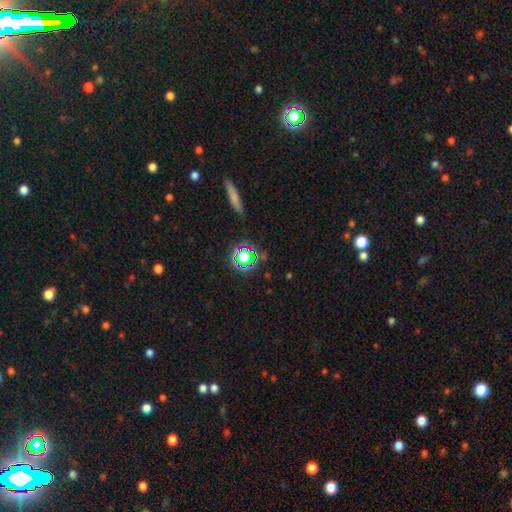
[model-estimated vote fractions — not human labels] smooth-or-featured: star or artifact: 60% | smooth: 27% | featured or disk: 13%